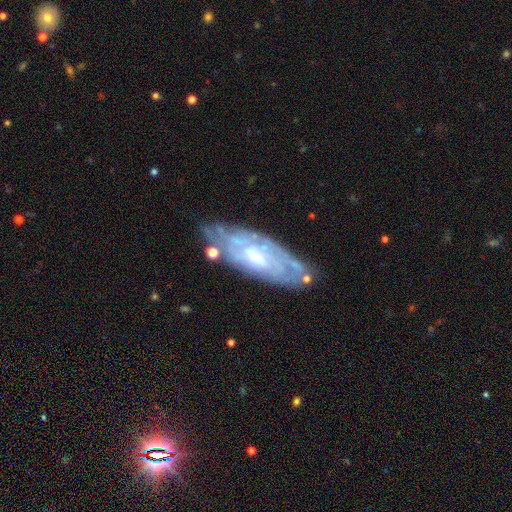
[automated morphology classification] Q: Smooth or featured?
A: featured or disk (71%); runner-up: smooth (22%)
Q: Edge-on disk?
A: no (84%); runner-up: yes (16%)
Q: Bar?
A: no (57%); runner-up: weak (35%)
Q: Spiral arms?
A: yes (70%); runner-up: no (30%)
Q: Bulge size?
A: small (50%); runner-up: moderate (35%)
Q: Merging?
A: none (66%); runner-up: minor disturbance (22%)